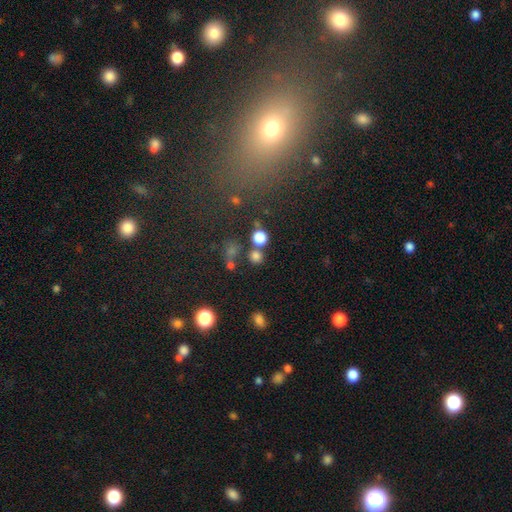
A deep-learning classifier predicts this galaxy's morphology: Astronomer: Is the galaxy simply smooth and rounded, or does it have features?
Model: smooth — 75%.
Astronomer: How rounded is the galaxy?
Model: round — 89%.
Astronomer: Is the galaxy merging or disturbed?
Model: none — 69%.